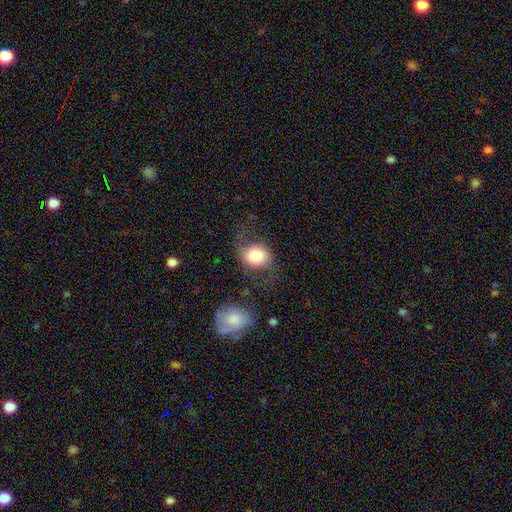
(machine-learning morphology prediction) A smooth galaxy with no disk features (68%) that is round (54%). Merging: none (50%).